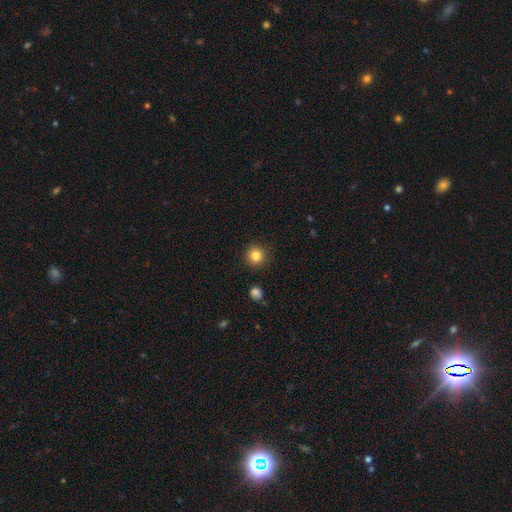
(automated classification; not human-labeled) Smooth or featured? smooth (84%)
How rounded? round (94%)
Merging? none (90%)